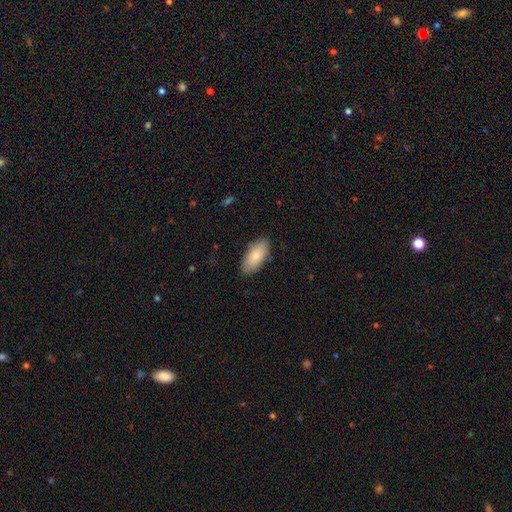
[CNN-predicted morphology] Smooth or featured? smooth (83%)
How rounded? in between (91%)
Merging? none (86%)